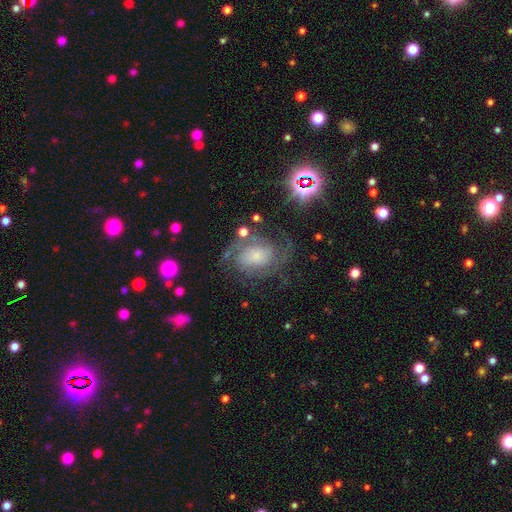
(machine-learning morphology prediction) featured or disk 80%, smooth 11%, star or artifact 9%. Down the decision tree: edge-on disk — no (98%); bar — no (63%); spiral arms — yes (95%); spiral arm count — 2 (49%); spiral winding — medium (46%); bulge size — small (41%); merging — none (65%).